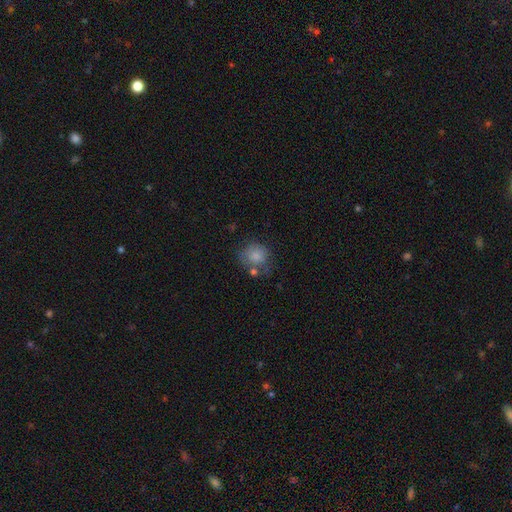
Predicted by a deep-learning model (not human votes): smooth 79%, featured or disk 13%, star or artifact 8%. Down the decision tree: how rounded — round (79%); merging — none (52%).